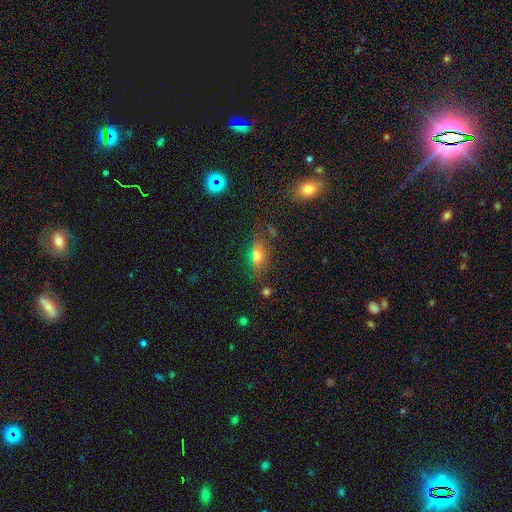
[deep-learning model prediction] Smooth or featured? Predicted: smooth (p=0.64). How rounded? Predicted: in between (p=0.76). Merging? Predicted: none (p=0.72).